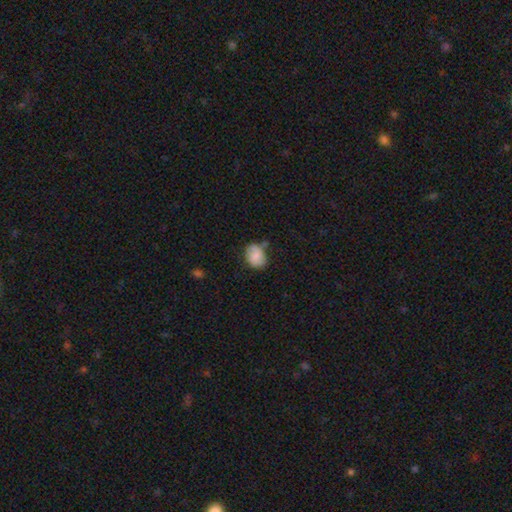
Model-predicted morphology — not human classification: The model was most divided on "how rounded": in between: 58%, round: 41%, cigar-shaped: 1%. More confident: smooth or featured — smooth (79%); merging — none (58%).